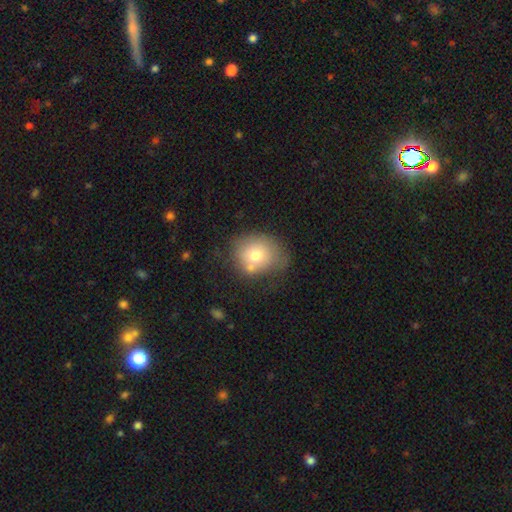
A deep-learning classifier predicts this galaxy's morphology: Overall: smooth (71%). How rounded: round (67%; in between 32%). Merging: none (52%; minor disturbance 27%).